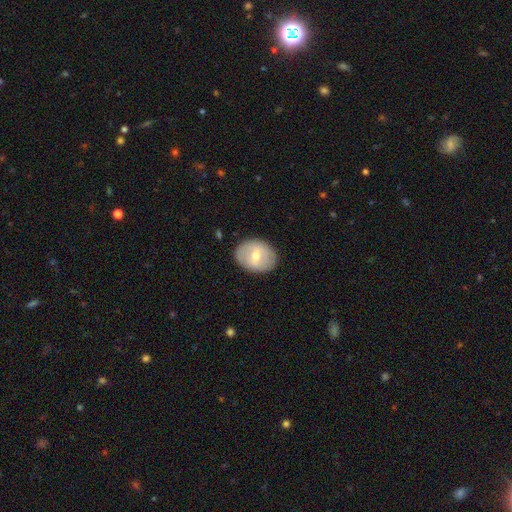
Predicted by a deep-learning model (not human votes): Smooth or featured: smooth — 53% (featured or disk — 40%)
How rounded: in between — 57% (round — 42%)
Merging: none — 86% (minor disturbance — 11%)